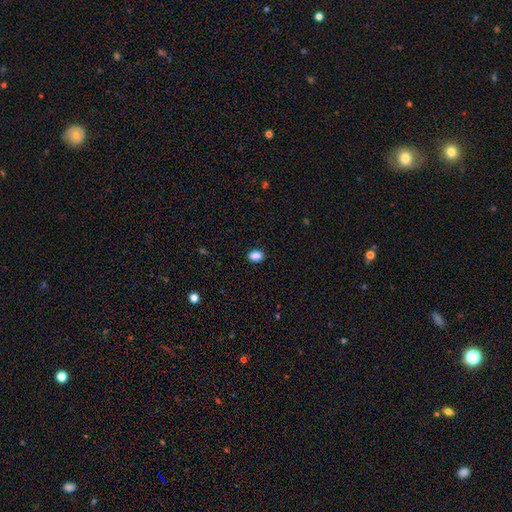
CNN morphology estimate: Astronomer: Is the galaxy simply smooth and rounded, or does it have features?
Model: smooth — 88%.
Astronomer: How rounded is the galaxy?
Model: in between — 71%.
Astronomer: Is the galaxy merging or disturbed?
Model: none — 90%.